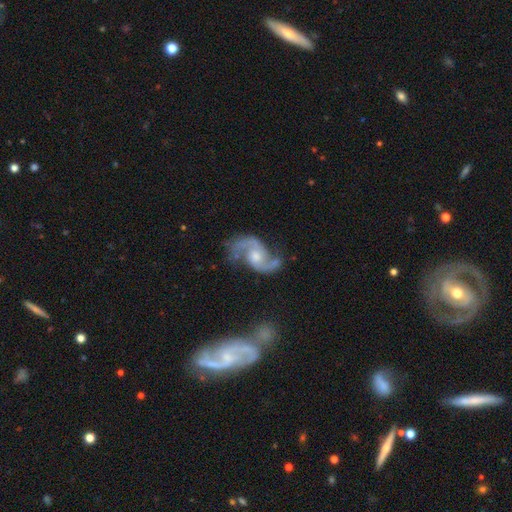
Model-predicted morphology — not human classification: A featured or disk galaxy (91%) with no bar (56%), 2 (94%) medium (49%) spiral arms (98%) and a moderate central bulge (60%). Merging: none (70%).